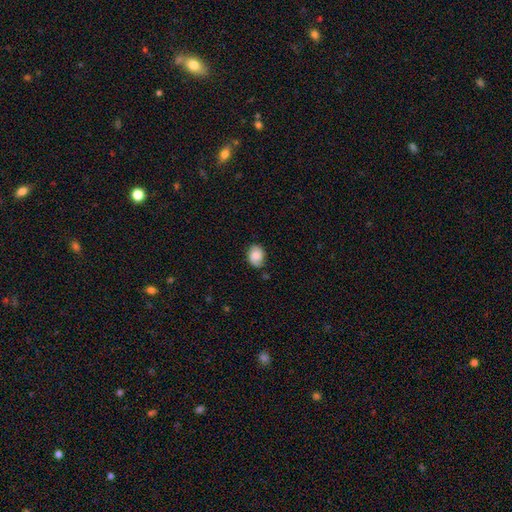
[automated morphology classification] Smooth or featured?
  - smooth: 69% *
  - featured or disk: 23%
  - star or artifact: 9%
How rounded?
  - in between: 62% *
  - round: 37%
  - cigar-shaped: 1%
Merging?
  - none: 64% *
  - minor disturbance: 27%
  - major disturbance: 7%
  - merger: 2%